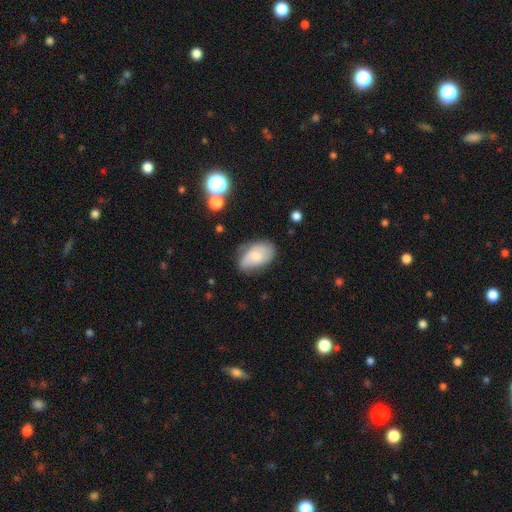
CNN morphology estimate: Smooth or featured? smooth (63%)
How rounded? in between (91%)
Merging? none (61%)